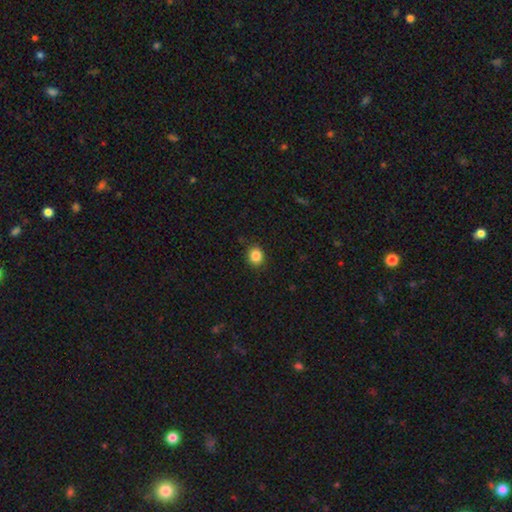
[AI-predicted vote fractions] Q: Smooth or featured?
A: smooth (85%); runner-up: star or artifact (11%)
Q: How rounded?
A: round (75%); runner-up: in between (24%)
Q: Merging?
A: none (88%); runner-up: minor disturbance (9%)